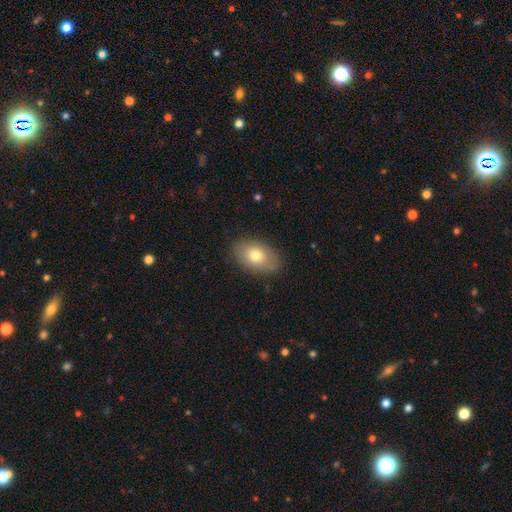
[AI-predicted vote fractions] Overall: smooth (74%). How rounded: in between (87%). Merging: none (85%).